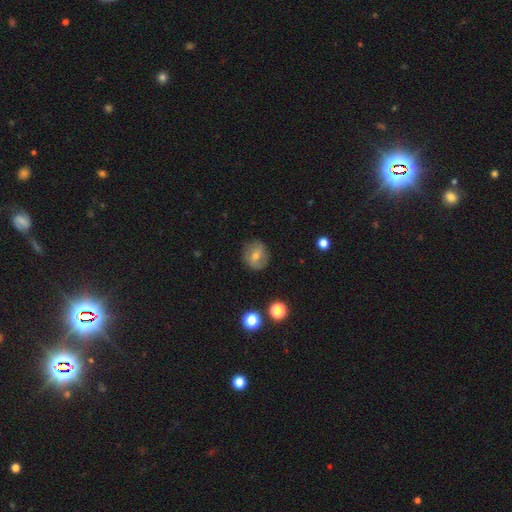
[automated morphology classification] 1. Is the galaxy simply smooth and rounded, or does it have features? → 45% smooth, 44% featured or disk, 11% star or artifact.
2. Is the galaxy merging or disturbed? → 83% none, 12% minor disturbance, 4% major disturbance, 1% merger.